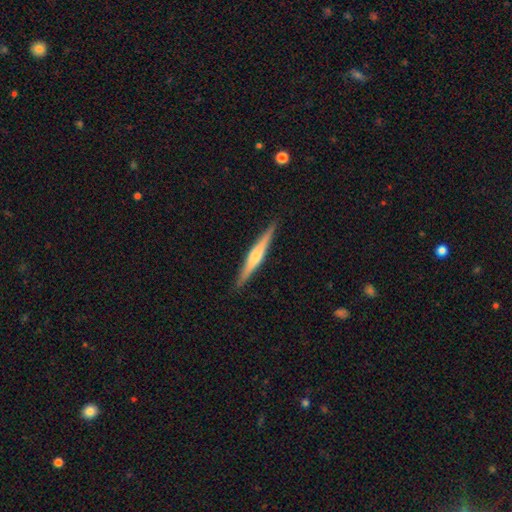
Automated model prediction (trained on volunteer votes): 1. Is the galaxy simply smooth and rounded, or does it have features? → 67% featured or disk, 27% smooth, 5% star or artifact.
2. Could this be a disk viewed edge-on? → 98% yes, 2% no.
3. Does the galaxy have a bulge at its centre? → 73% rounded, 14% none, 13% boxy.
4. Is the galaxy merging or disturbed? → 92% none, 6% minor disturbance, 1% major disturbance, 1% merger.